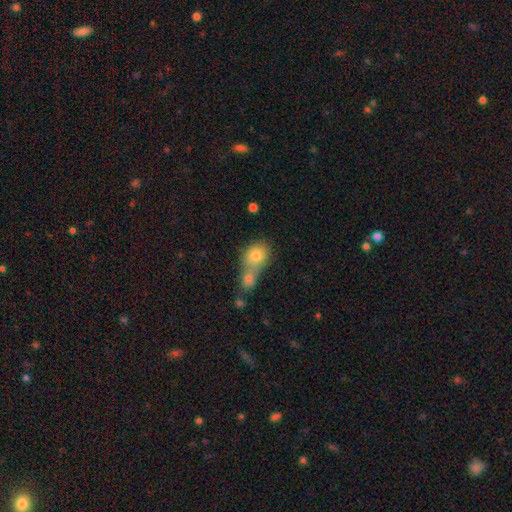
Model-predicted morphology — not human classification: A smooth galaxy with no disk features (76%) that is round (53%).

Vote fractions:
- Smooth or featured? smooth: 76% / featured or disk: 14% / star or artifact: 10%
- How rounded? round: 53% / in between: 45% / cigar-shaped: 2%
- Merging? merger: 64% / none: 25% / minor disturbance: 7% / major disturbance: 4%